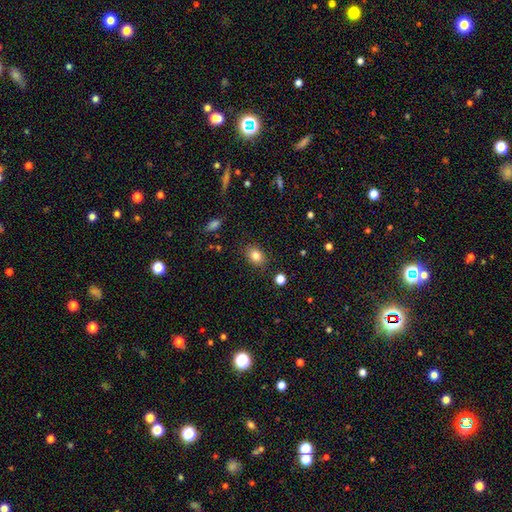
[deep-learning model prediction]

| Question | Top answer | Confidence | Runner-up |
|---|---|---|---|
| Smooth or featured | smooth | 83% | star or artifact (10%) |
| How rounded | in between | 64% | round (35%) |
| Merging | none | 85% | minor disturbance (10%) |